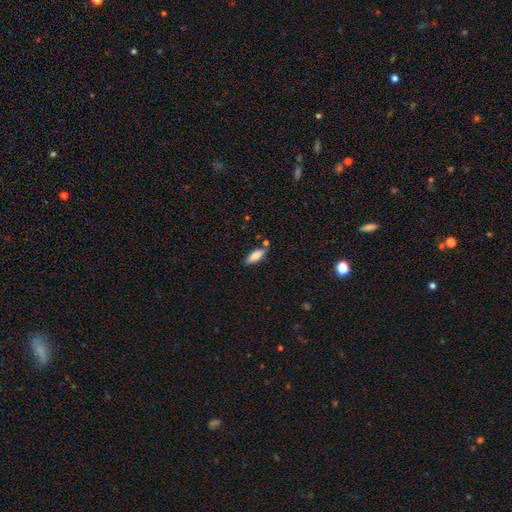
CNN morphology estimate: Smooth or featured? smooth (77%)
How rounded? in between (61%)
Merging? none (74%)